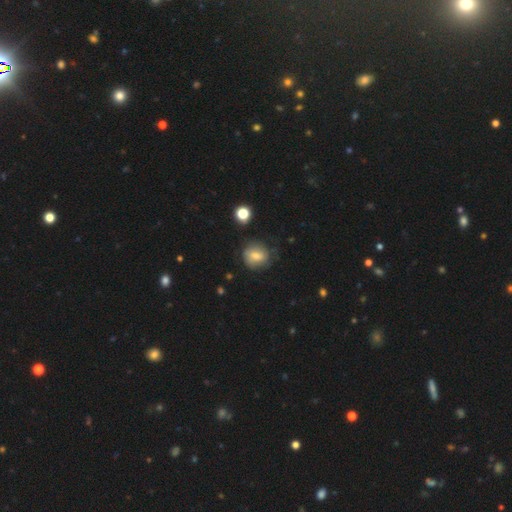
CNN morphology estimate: Smooth or featured? smooth (69%)
How rounded? round (65%)
Merging? none (68%)